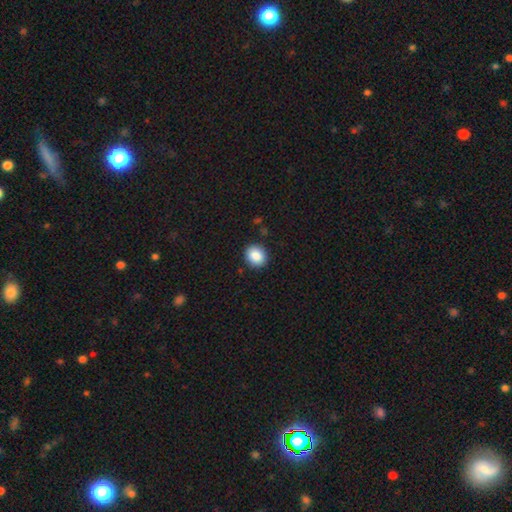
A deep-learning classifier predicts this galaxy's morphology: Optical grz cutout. It shows a smooth galaxy with no disk features (88%) that is round (68%). Merging: none (90%).